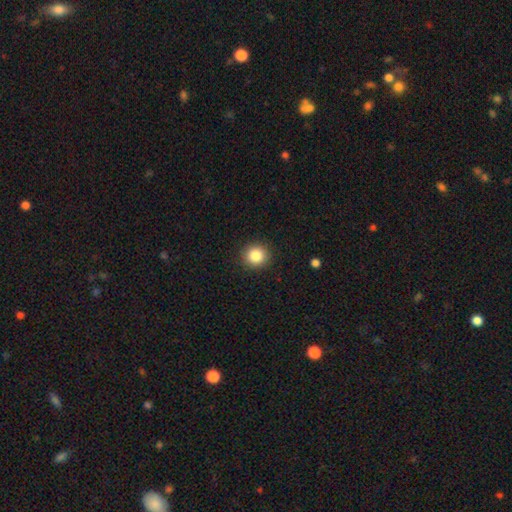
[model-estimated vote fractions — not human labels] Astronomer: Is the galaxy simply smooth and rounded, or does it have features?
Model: smooth — 85%.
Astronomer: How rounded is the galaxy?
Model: round — 91%.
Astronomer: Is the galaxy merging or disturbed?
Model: none — 91%.